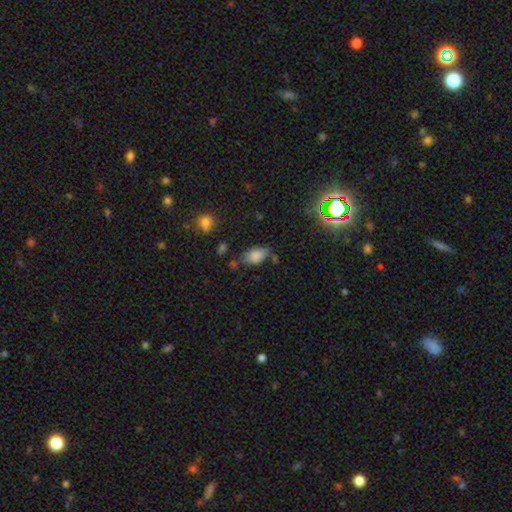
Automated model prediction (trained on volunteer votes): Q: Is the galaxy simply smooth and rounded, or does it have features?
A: smooth — 80%.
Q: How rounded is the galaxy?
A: in between — 92%.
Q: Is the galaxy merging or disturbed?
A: none — 66%.